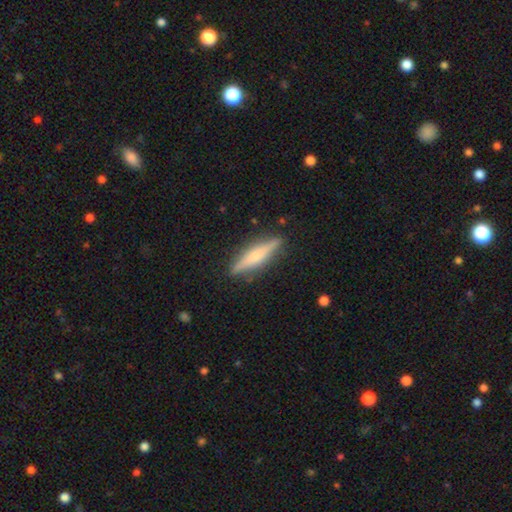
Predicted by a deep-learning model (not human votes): A featured or disk galaxy (53%) viewed edge-on (95%) with a rounded central bulge (76%).

Vote fractions:
- Smooth or featured? featured or disk: 53% / smooth: 41% / star or artifact: 6%
- Edge-on disk? yes: 95% / no: 5%
- Edge-on bulge? rounded: 76% / none: 13% / boxy: 11%
- Merging? none: 88% / minor disturbance: 9% / major disturbance: 2% / merger: 1%